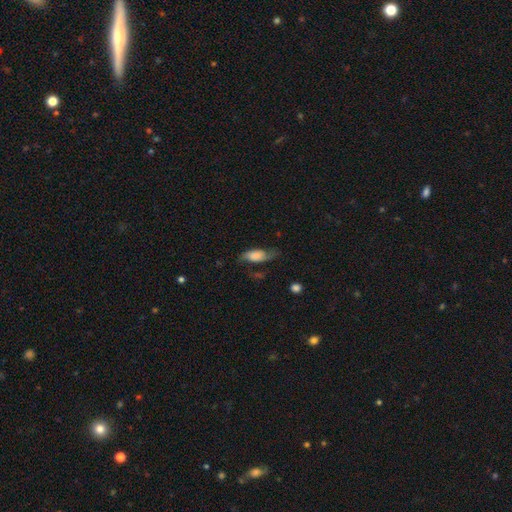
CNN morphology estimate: Smooth or featured? smooth (54%)
How rounded? in between (82%)
Merging? none (55%)